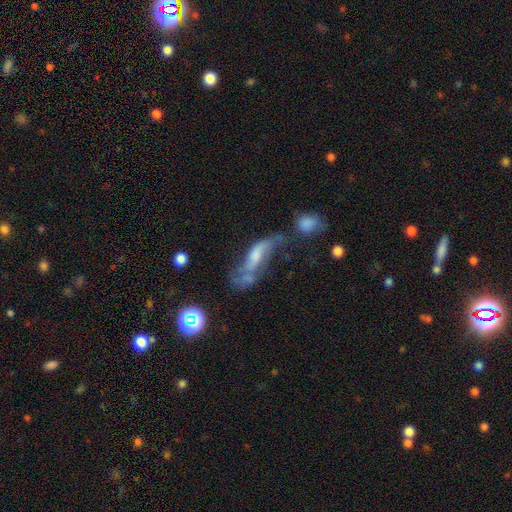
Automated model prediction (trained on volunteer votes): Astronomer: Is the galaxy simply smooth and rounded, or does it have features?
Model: featured or disk — 57%.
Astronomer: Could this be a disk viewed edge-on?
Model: no — 79%.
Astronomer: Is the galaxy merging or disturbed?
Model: major disturbance — 29% (runner-up: none, 27%).